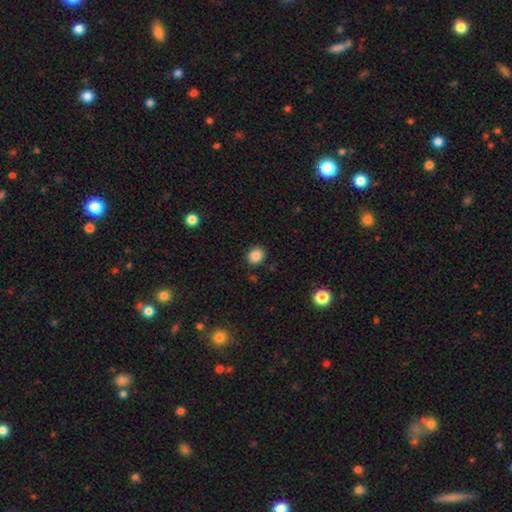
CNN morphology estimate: A smooth galaxy with no disk features (86%) that is round (74%). Merging: none (87%).